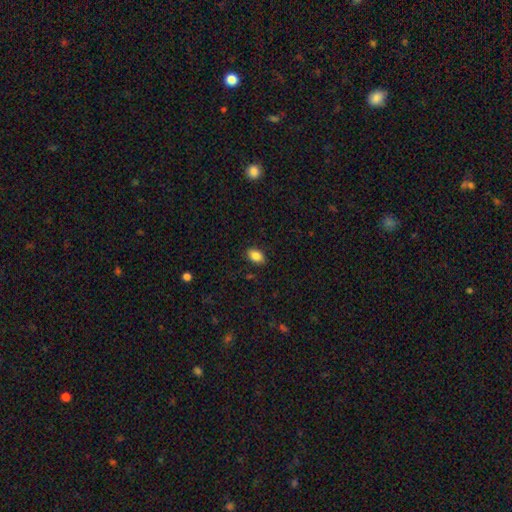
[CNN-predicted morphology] smooth_or_featured: smooth (p=0.86) [alt: star or artifact p=0.08]
how_rounded: in between (p=0.88) [alt: round p=0.11]
merging: none (p=0.87) [alt: minor disturbance p=0.10]